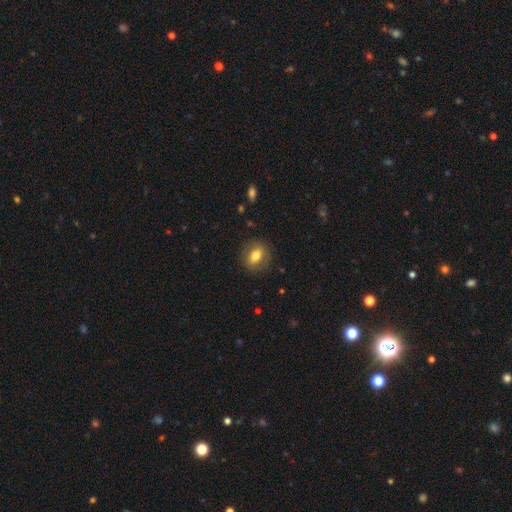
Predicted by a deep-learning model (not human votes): smooth-or-featured: smooth: 76% | featured or disk: 16% | star or artifact: 9%
  how-rounded: in between: 55% | round: 43% | cigar-shaped: 2%
  merging: none: 85% | minor disturbance: 11% | major disturbance: 4% | merger: 1%